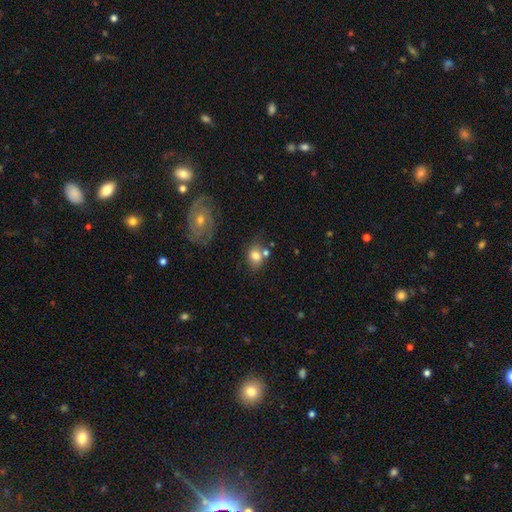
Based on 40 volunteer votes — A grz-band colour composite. It shows a smooth galaxy with no disk features (75%) that is in between round and cigar-shaped (67%). Merging: none (47%).